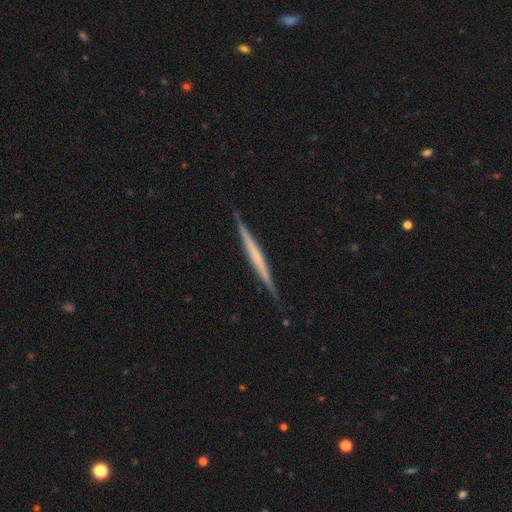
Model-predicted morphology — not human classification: A featured or disk galaxy (63%) viewed edge-on (98%) with no central bulge (78%). Merging: none (89%).